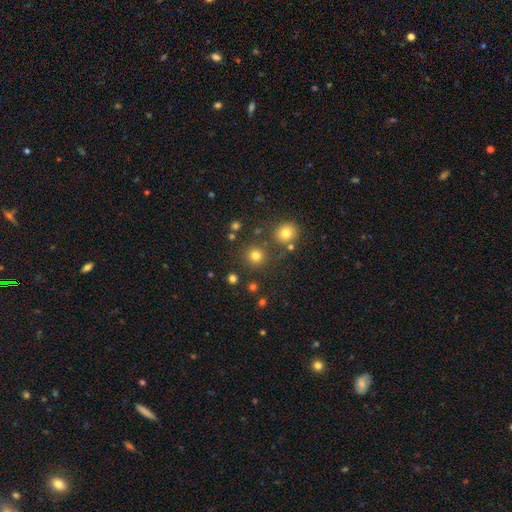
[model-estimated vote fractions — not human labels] Overall: smooth (78%). How rounded: round (93%). Merging: none (85%).